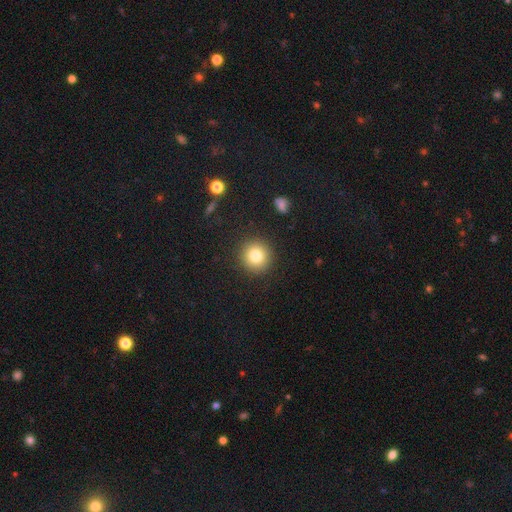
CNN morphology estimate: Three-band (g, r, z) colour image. It shows a smooth galaxy with no disk features (80%) that is round (93%). Merging: none (91%).